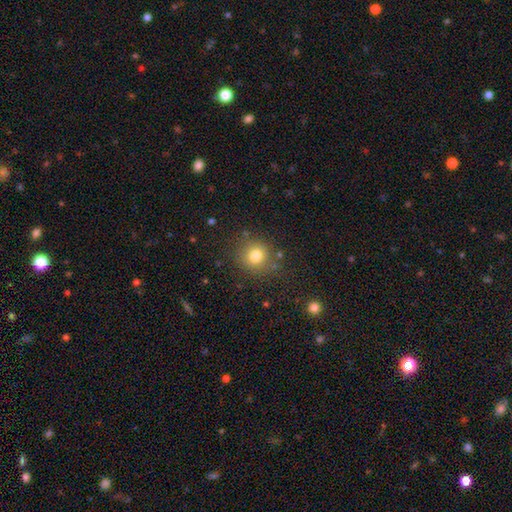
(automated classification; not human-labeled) Smooth or featured: smooth — 78% (star or artifact — 14%)
How rounded: round — 89% (in between — 10%)
Merging: none — 82% (minor disturbance — 11%)